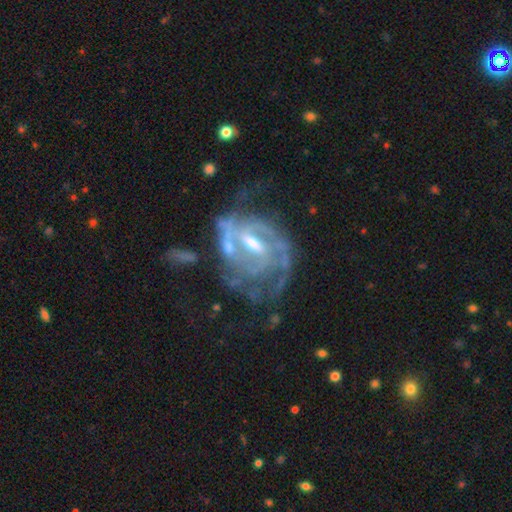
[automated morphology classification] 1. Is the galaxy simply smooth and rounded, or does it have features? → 88% featured or disk, 7% star or artifact, 5% smooth.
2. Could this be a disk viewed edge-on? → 97% no, 3% yes.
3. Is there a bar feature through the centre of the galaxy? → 49% weak, 34% strong, 17% no.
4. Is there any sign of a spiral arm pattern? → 93% yes, 7% no.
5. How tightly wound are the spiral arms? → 51% tight, 38% medium, 11% loose.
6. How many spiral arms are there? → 39% 2, 27% can't tell, 19% 3, 6% 4, 5% 1, 4% more than 4.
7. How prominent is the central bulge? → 56% moderate, 35% small, 4% large, 3% none, 1% dominant.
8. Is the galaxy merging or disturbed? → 45% none, 24% major disturbance, 21% minor disturbance, 10% merger.